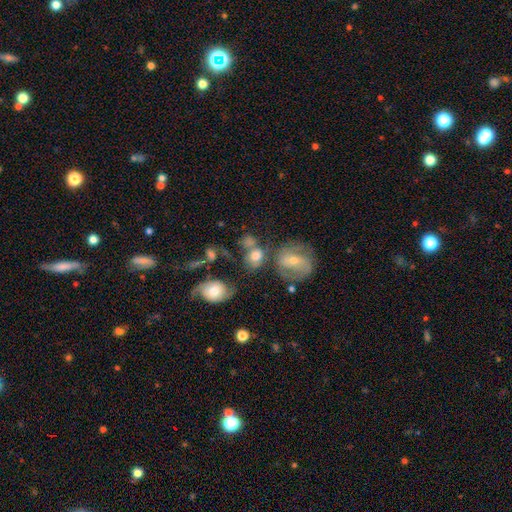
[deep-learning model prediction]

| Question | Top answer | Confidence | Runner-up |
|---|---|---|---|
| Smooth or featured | smooth | 59% | featured or disk (30%) |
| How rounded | round | 55% | in between (43%) |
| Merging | none | 41% | merger (30%) |